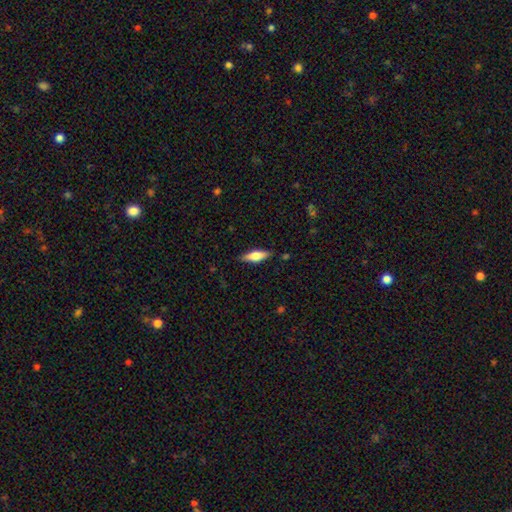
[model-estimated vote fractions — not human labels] Smooth or featured? Predicted: smooth (p=0.58). How rounded? Predicted: in between (p=0.51). Merging? Predicted: none (p=0.85).